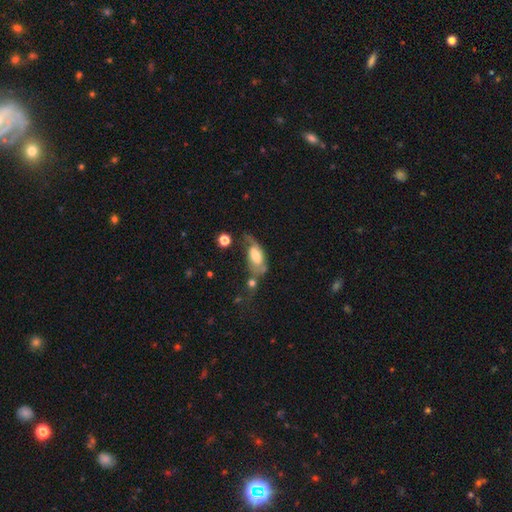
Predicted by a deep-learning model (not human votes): Smooth or featured? smooth (46%, tied with featured or disk)
Merging? none (31%)